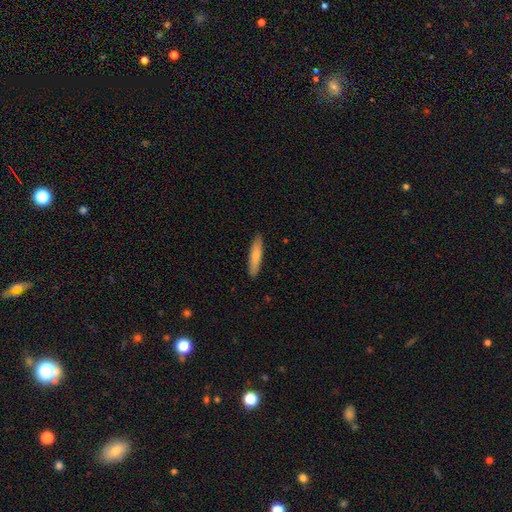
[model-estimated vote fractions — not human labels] smooth 72%, featured or disk 23%, star or artifact 5%. Down the decision tree: how rounded — cigar-shaped (83%); merging — none (89%).